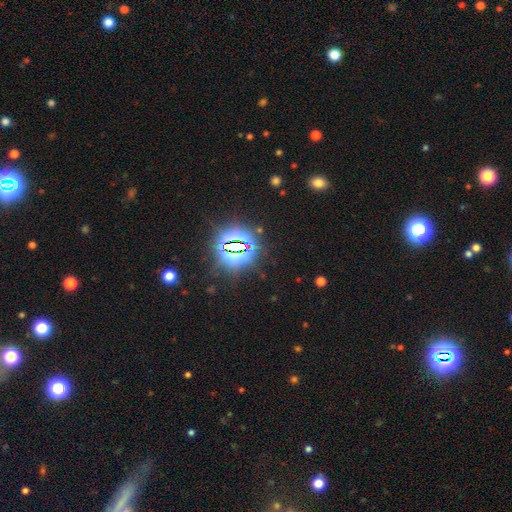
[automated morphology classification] The model was most divided on "smooth or featured": star or artifact: 84%, smooth: 10%, featured or disk: 6%.